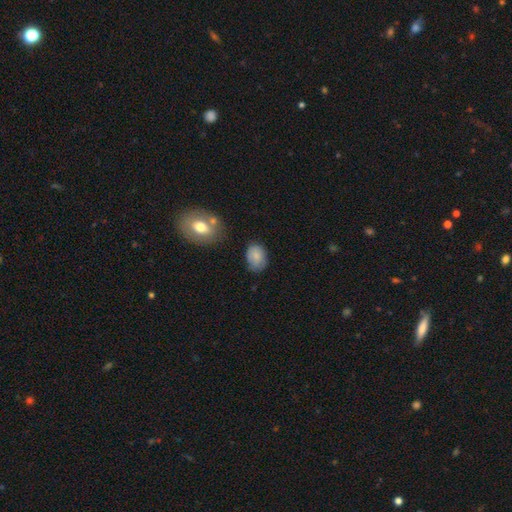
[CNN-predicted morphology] A smooth galaxy with no disk features (83%) that is in between round and cigar-shaped (74%).

Vote fractions:
- Smooth or featured? smooth: 83% / featured or disk: 9% / star or artifact: 8%
- How rounded? in between: 74% / round: 25% / cigar-shaped: 1%
- Merging? none: 69% / minor disturbance: 23% / major disturbance: 5% / merger: 3%